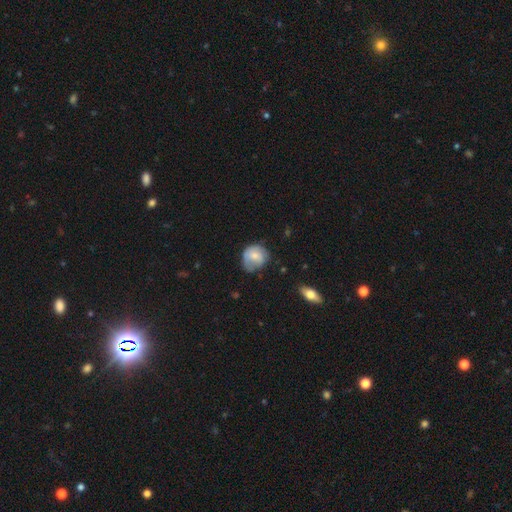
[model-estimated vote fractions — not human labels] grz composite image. It shows a smooth galaxy with no disk features (66%) that is round (72%). Merging: none (47%).